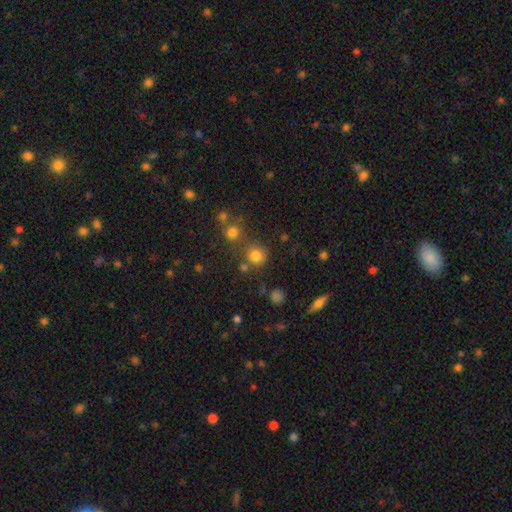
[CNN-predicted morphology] This appears to be a smooth galaxy with no disk features (78%) that is round (89%). Merging: none (68%).